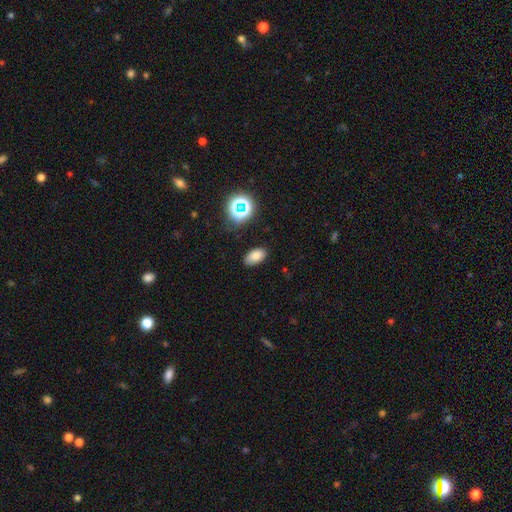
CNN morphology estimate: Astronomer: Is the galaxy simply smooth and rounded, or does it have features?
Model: smooth — 78%.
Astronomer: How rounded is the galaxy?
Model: in between — 92%.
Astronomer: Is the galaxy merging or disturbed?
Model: none — 84%.